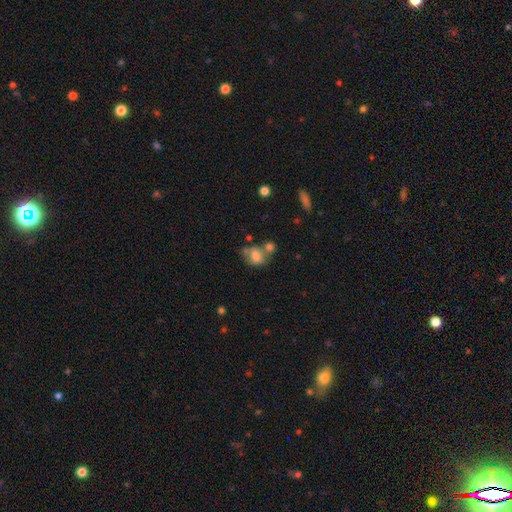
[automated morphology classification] This is likely a smooth galaxy (69%). How rounded: possibly in between (59%). Merging: marginally none (38%).